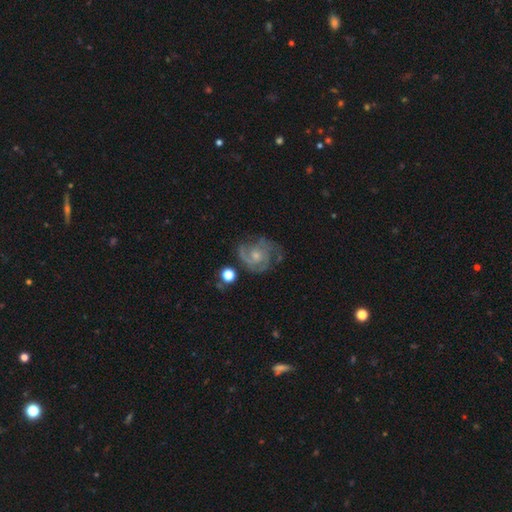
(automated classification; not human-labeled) The model was most divided on "spiral winding" (2-way tie): tight: 44%, medium: 44%, loose: 13%. Remaining: edge-on disk — no (98%); spiral arms — yes (93%); smooth or featured — featured or disk (80%); bar — no (72%); merging — none (58%); bulge size — small (55%); spiral arm count — 3 (30%).